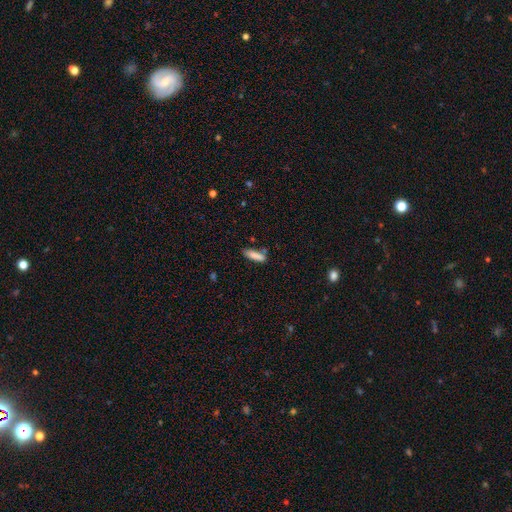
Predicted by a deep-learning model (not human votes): smooth_or_featured: smooth (p=0.83) [alt: featured or disk p=0.10]
how_rounded: cigar-shaped (p=0.65) [alt: in between p=0.34]
merging: none (p=0.68) [alt: minor disturbance p=0.18]